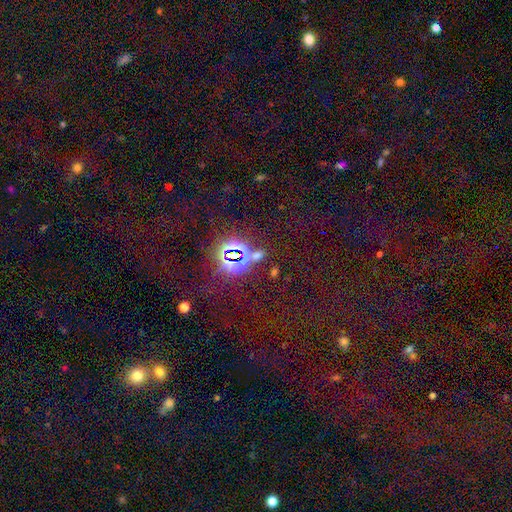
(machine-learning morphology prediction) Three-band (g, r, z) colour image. It shows a star or artifact, not a galaxy (61%).